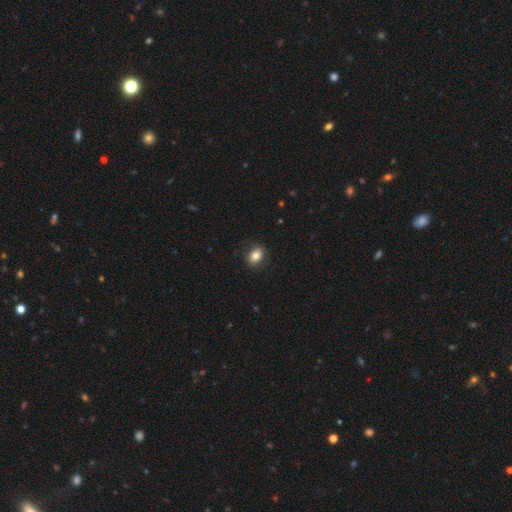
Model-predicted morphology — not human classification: The model was most divided on "how rounded": in between: 68%, round: 31%, cigar-shaped: 1%. More confident: merging — none (87%); smooth or featured — smooth (80%).